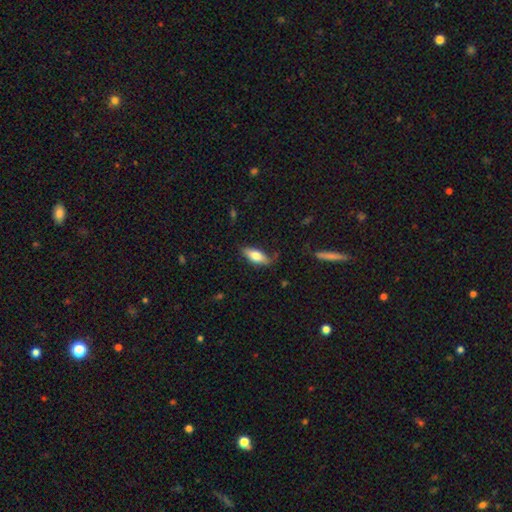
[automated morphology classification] Smooth or featured?
  - smooth: 69% *
  - featured or disk: 24%
  - star or artifact: 6%
How rounded?
  - in between: 70% *
  - cigar-shaped: 27%
  - round: 3%
Merging?
  - none: 72% *
  - minor disturbance: 21%
  - major disturbance: 5%
  - merger: 2%